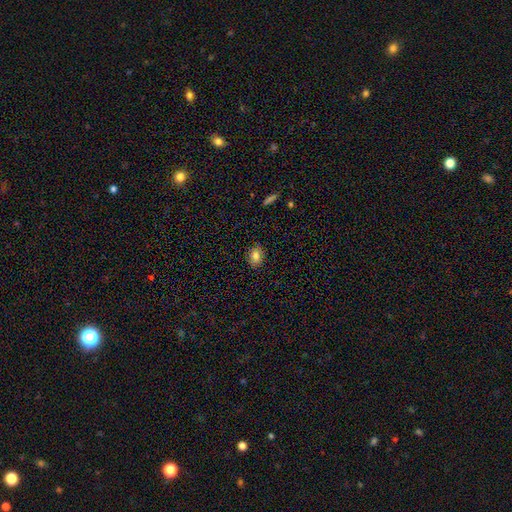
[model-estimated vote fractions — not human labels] smooth-or-featured: smooth: 81% | star or artifact: 10% | featured or disk: 9%
  how-rounded: in between: 63% | round: 36% | cigar-shaped: 1%
  merging: none: 86% | minor disturbance: 11% | major disturbance: 2% | merger: 1%